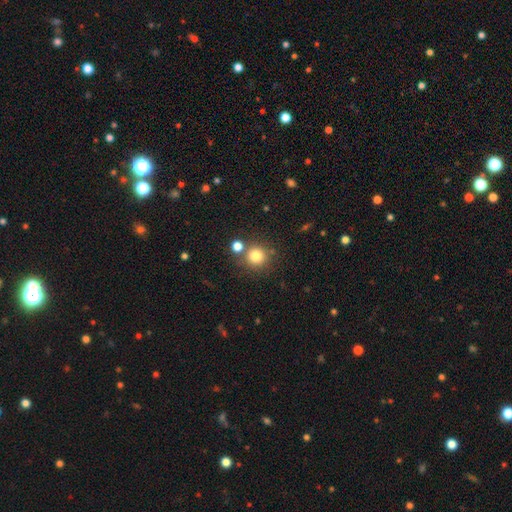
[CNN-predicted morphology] This appears to be a smooth galaxy with no disk features (79%) that is round (93%). Merging: none (74%).